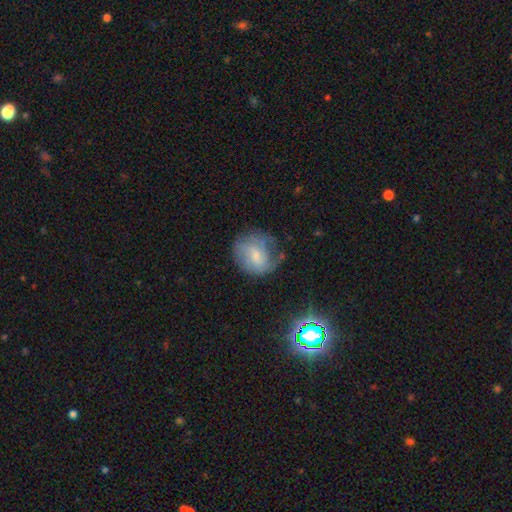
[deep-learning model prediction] smooth_or_featured: smooth (p=0.53) [alt: featured or disk p=0.35]
how_rounded: round (p=0.65) [alt: in between p=0.34]
merging: none (p=0.49) [alt: minor disturbance p=0.30]